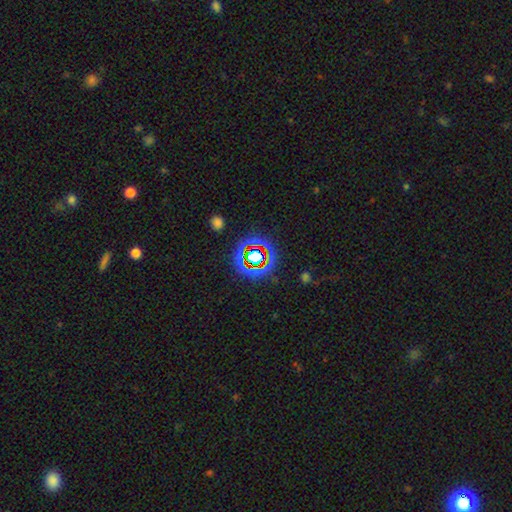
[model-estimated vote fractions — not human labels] smooth-or-featured: star or artifact: 71% | smooth: 16% | featured or disk: 12%